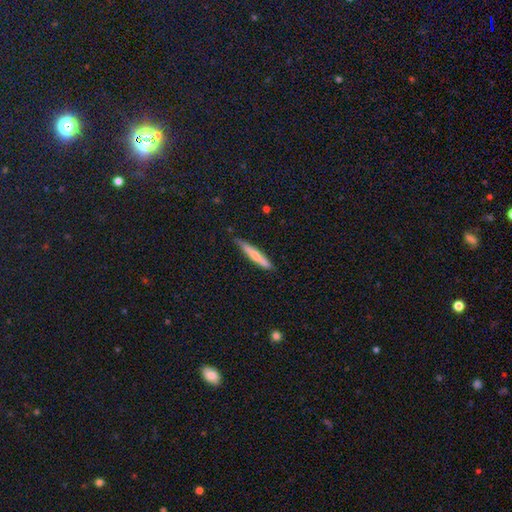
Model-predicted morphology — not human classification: Overall: smooth (62%; featured or disk 33%). How rounded: cigar-shaped (92%). Merging: none (78%).